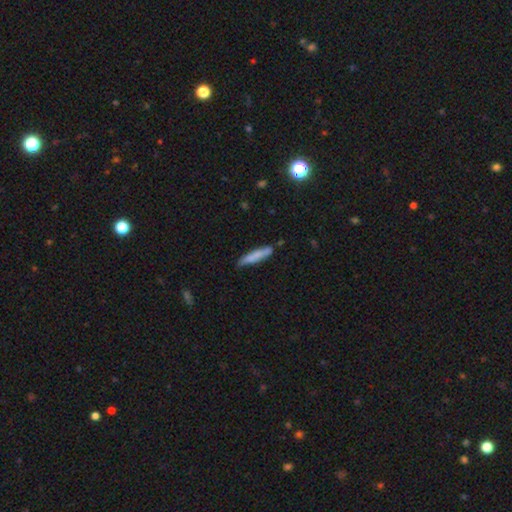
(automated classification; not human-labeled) A smooth galaxy with no disk features (76%) that is cigar-shaped (89%). Merging: none (78%).